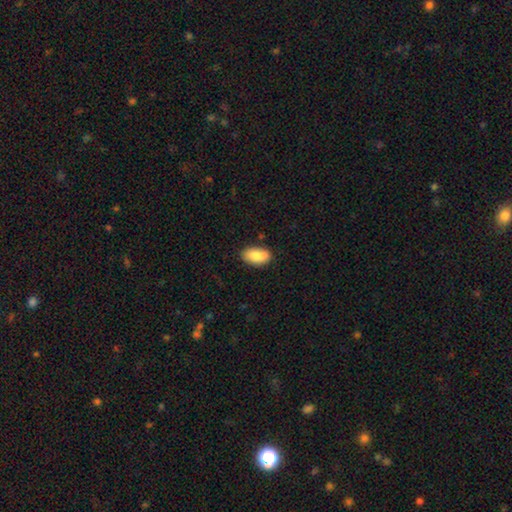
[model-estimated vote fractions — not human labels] Smooth or featured?
  - smooth: 81% *
  - featured or disk: 12%
  - star or artifact: 7%
How rounded?
  - in between: 92% *
  - round: 6%
  - cigar-shaped: 2%
Merging?
  - none: 69% *
  - minor disturbance: 17%
  - merger: 11%
  - major disturbance: 3%